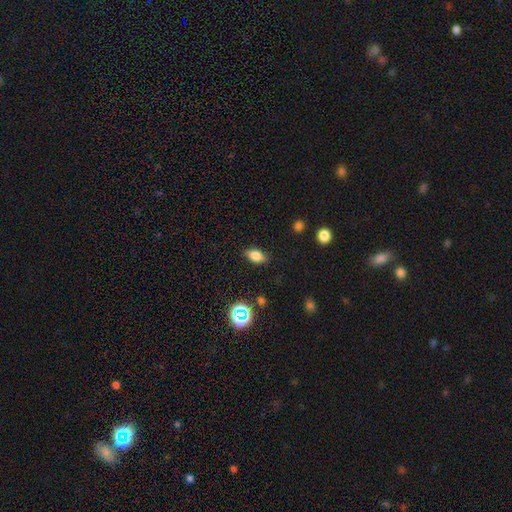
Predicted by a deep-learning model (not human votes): Overall: smooth (78%). How rounded: in between (85%). Merging: none (84%).